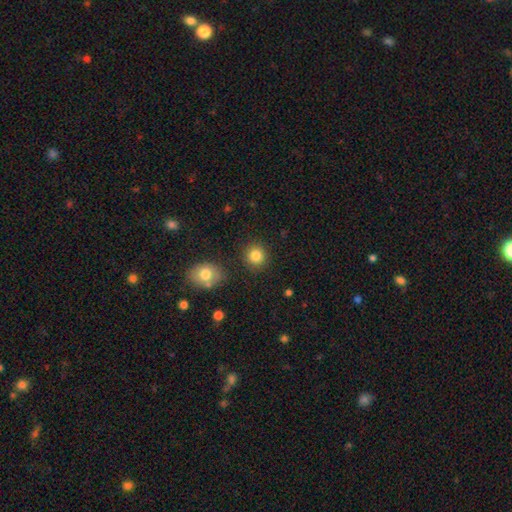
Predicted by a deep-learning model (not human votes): smooth-or-featured: smooth: 84% | star or artifact: 10% | featured or disk: 6%
  how-rounded: round: 90% | in between: 9% | cigar-shaped: 1%
  merging: none: 89% | minor disturbance: 7% | merger: 3% | major disturbance: 2%